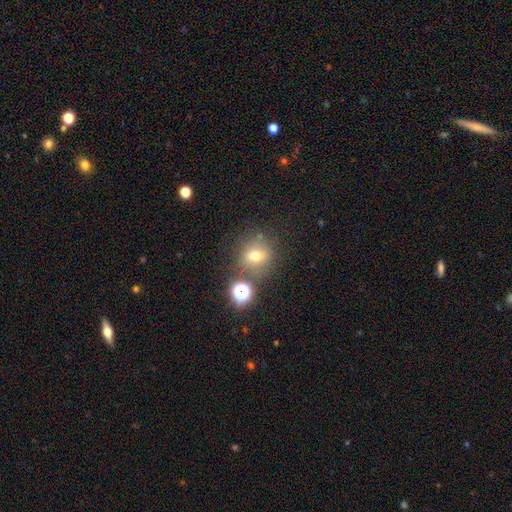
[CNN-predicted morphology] type=smooth (64%); roundness=round (81%); merging=none (72%).